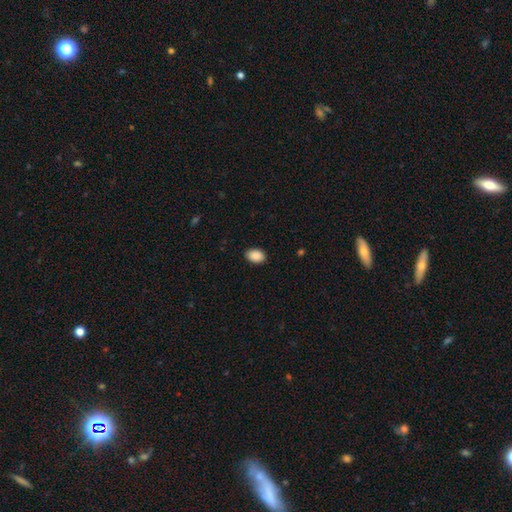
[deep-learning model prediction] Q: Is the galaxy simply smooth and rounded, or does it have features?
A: smooth — 90%.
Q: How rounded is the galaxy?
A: in between — 84%.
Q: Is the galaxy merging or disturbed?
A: none — 89%.